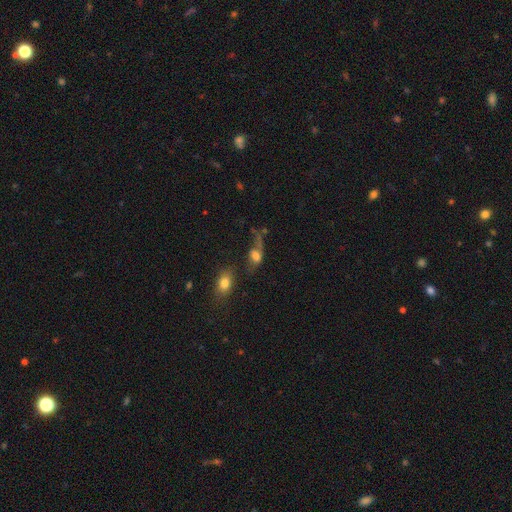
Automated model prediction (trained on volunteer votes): smooth-or-featured: smooth: 58% | featured or disk: 27% | star or artifact: 15%
  how-rounded: in between: 69% | round: 24% | cigar-shaped: 7%
  merging: major disturbance: 36% | none: 25% | merger: 23% | minor disturbance: 16%